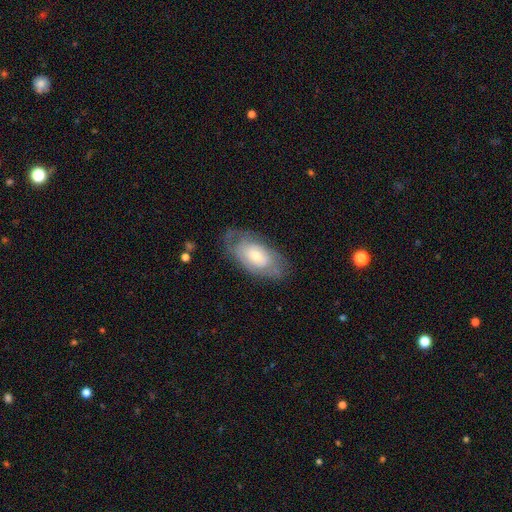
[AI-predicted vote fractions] smooth-or-featured: featured or disk: 55% | smooth: 39% | star or artifact: 7%
  disk-edge-on: no: 90% | yes: 10%
  merging: none: 70% | minor disturbance: 20% | major disturbance: 8% | merger: 1%